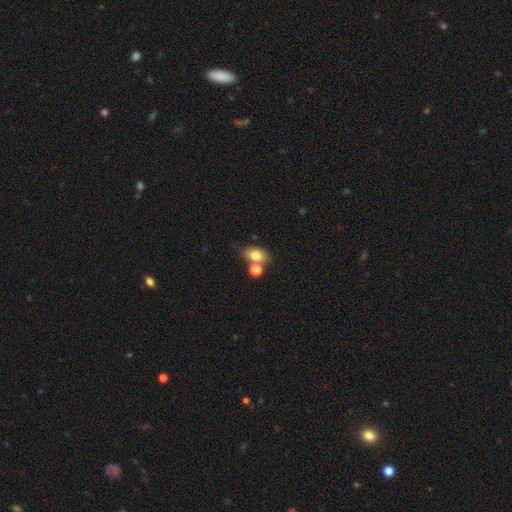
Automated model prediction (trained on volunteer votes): smooth_or_featured: smooth (p=0.80) [alt: featured or disk p=0.11]
how_rounded: in between (p=0.78) [alt: round p=0.20]
merging: none (p=0.55) [alt: merger p=0.28]